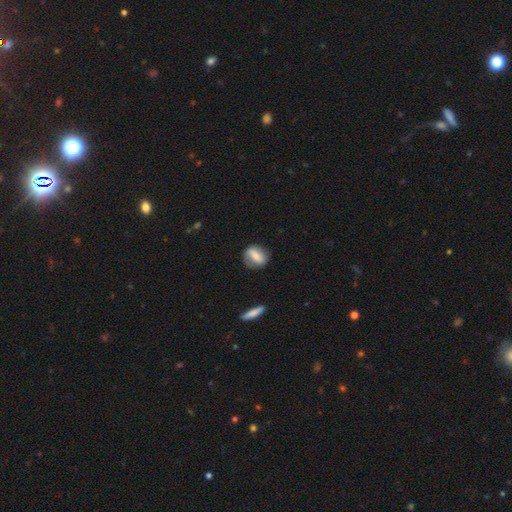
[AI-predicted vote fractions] Q: Smooth or featured?
A: smooth (54%); runner-up: featured or disk (39%)
Q: How rounded?
A: in between (49%); runner-up: round (43%)
Q: Merging?
A: none (77%); runner-up: minor disturbance (16%)